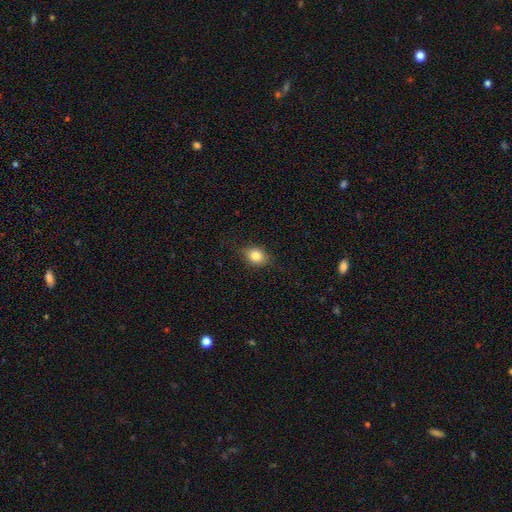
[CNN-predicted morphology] This appears to be a smooth galaxy with no disk features (82%) that is in between round and cigar-shaped (53%). Merging: none (84%).